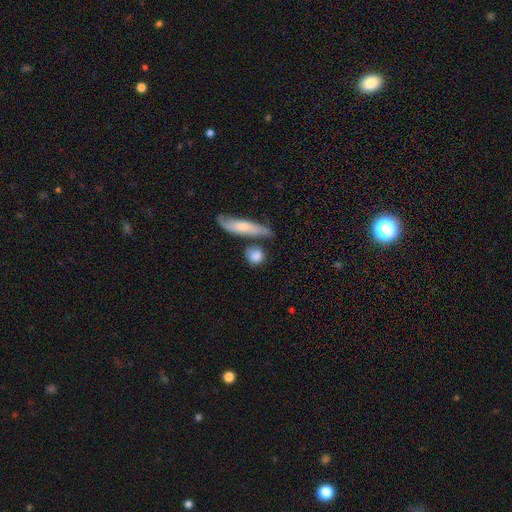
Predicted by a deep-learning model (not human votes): Smooth or featured: smooth — 81% (featured or disk — 12%)
How rounded: round — 65% (in between — 21%)
Merging: none — 65% (merger — 15%)